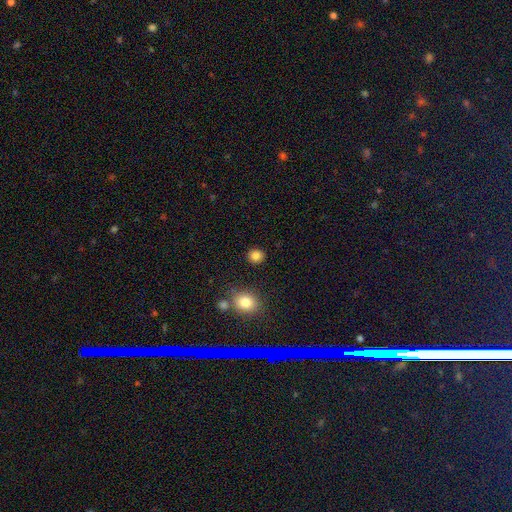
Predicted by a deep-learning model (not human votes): smooth-or-featured: smooth: 85% | star or artifact: 11% | featured or disk: 4%
  how-rounded: round: 82% | in between: 17% | cigar-shaped: 1%
  merging: none: 89% | minor disturbance: 6% | merger: 3% | major disturbance: 2%